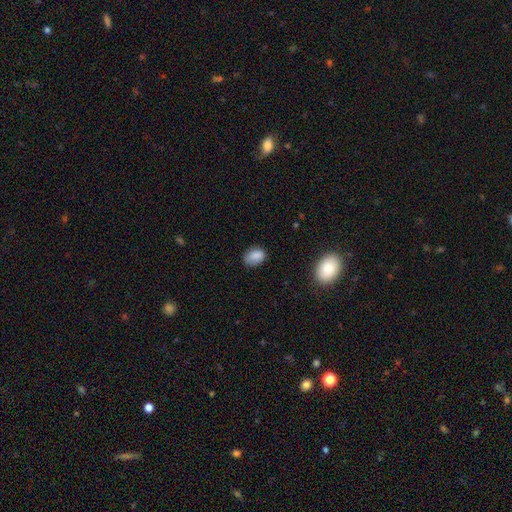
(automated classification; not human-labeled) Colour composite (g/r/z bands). It shows a smooth galaxy with no disk features (84%) that is in between round and cigar-shaped (80%). Merging: none (67%).